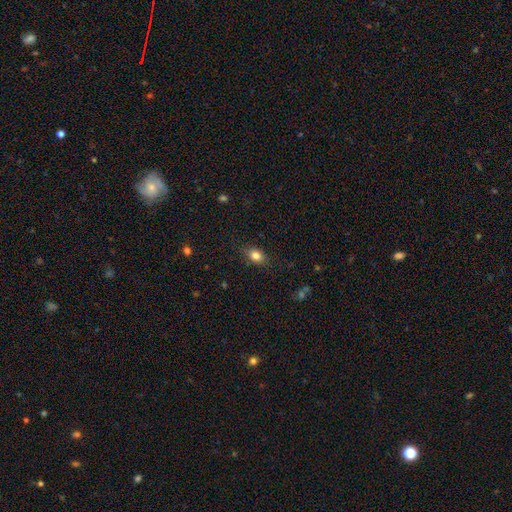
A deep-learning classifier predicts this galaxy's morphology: Smooth or featured: smooth — 82% (star or artifact — 10%)
How rounded: in between — 76% (round — 22%)
Merging: none — 84% (minor disturbance — 12%)